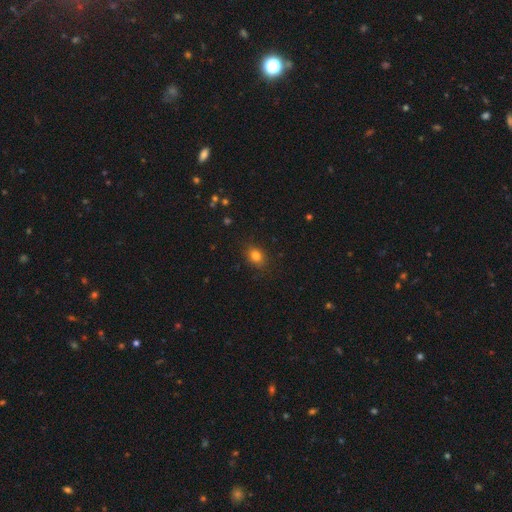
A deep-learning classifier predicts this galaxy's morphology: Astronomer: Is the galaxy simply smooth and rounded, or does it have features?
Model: smooth — 82%.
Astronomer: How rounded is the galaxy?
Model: in between — 64%.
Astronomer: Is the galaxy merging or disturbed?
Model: none — 86%.